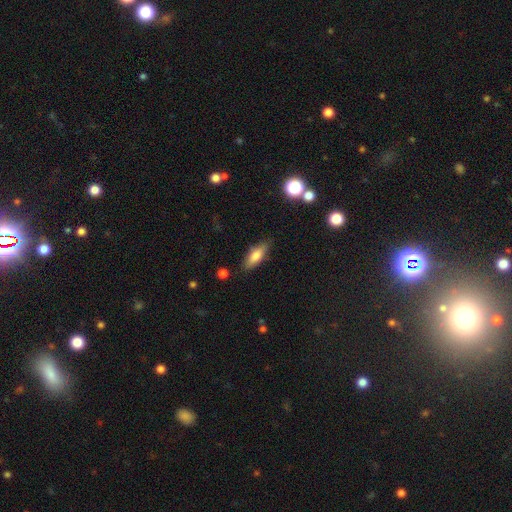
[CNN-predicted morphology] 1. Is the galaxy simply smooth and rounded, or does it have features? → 75% smooth, 18% featured or disk, 7% star or artifact.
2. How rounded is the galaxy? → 67% in between, 31% cigar-shaped, 3% round.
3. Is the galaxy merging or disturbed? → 82% none, 14% minor disturbance, 3% major disturbance, 2% merger.